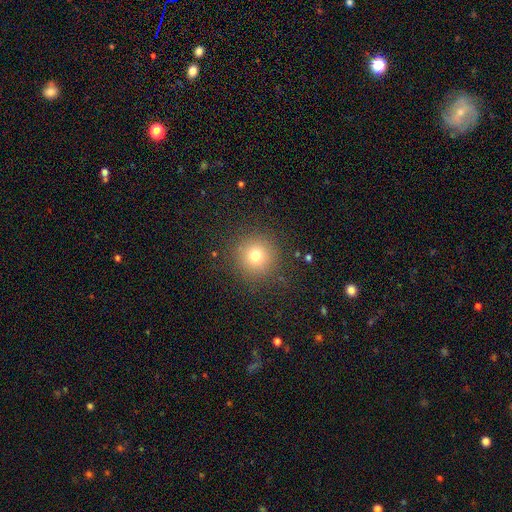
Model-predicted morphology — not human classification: This is likely a smooth galaxy (74%). How rounded: clearly round (95%). Merging: clearly none (87%).